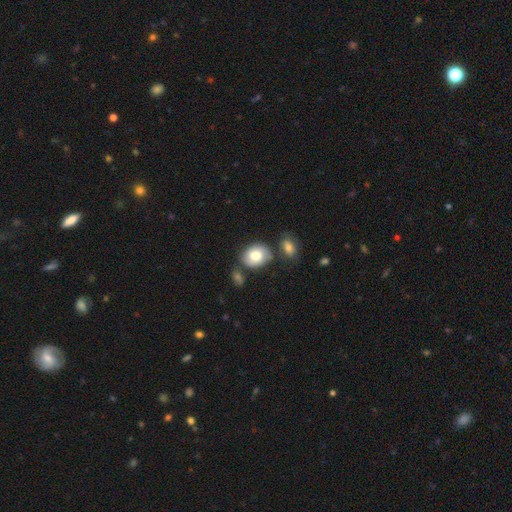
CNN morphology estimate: smooth 69%, featured or disk 23%, star or artifact 8%. Down the decision tree: how rounded — in between (52%); merging — none (63%).